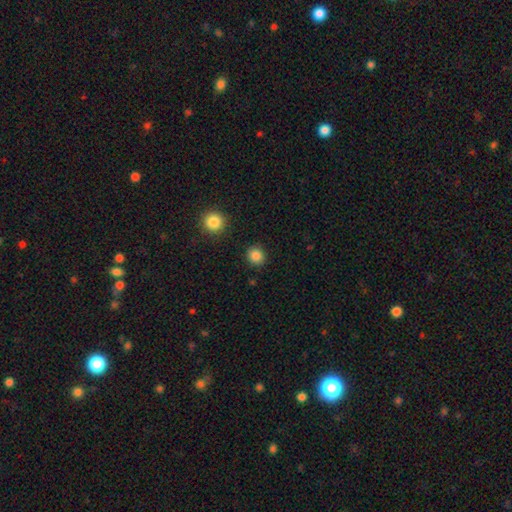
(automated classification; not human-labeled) Q: Smooth or featured?
A: smooth (86%); runner-up: star or artifact (11%)
Q: How rounded?
A: round (88%); runner-up: in between (11%)
Q: Merging?
A: none (89%); runner-up: minor disturbance (7%)